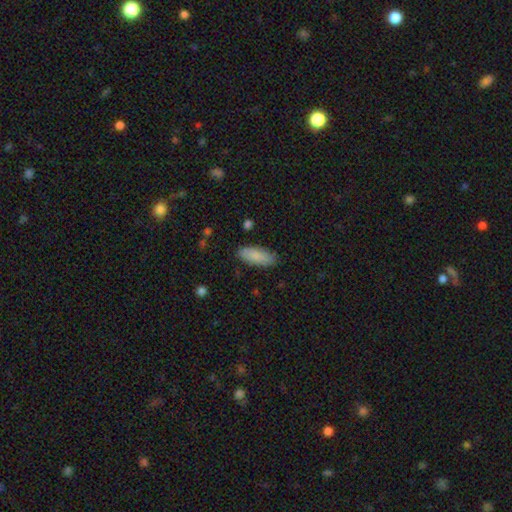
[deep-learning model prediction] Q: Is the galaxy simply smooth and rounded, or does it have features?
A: smooth — 86%.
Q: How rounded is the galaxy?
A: in between — 77%.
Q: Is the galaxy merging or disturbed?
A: none — 85%.